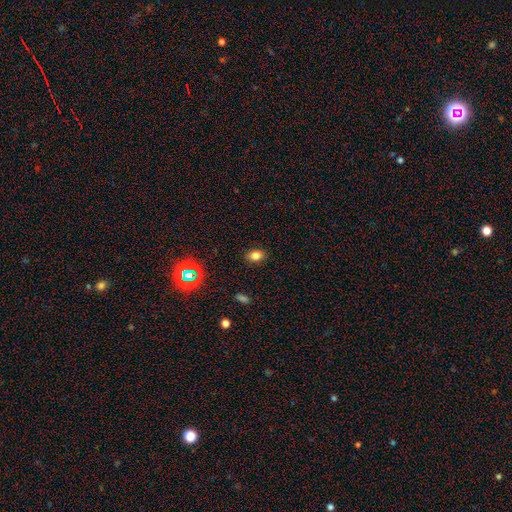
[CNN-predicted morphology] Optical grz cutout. It shows a smooth galaxy with no disk features (78%) that is in between round and cigar-shaped (74%). Merging: none (88%).